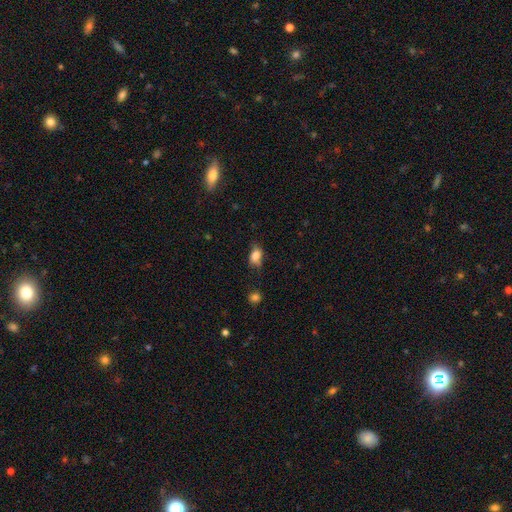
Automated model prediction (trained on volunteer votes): Smooth or featured? Predicted: smooth (p=0.78). How rounded? Predicted: in between (p=0.76). Merging? Predicted: none (p=0.50).